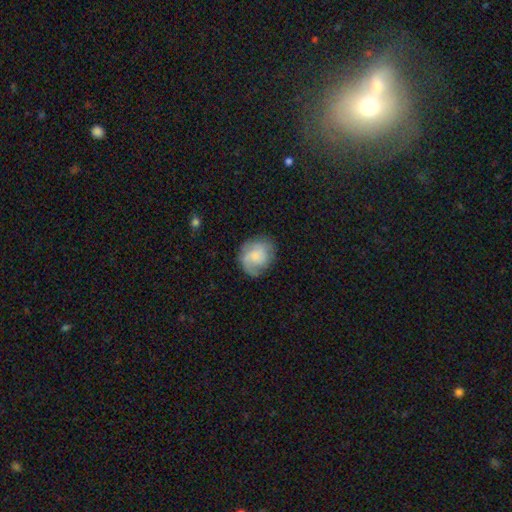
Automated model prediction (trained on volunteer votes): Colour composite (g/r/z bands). It shows a featured or disk galaxy (47%). Merging: none (69%).